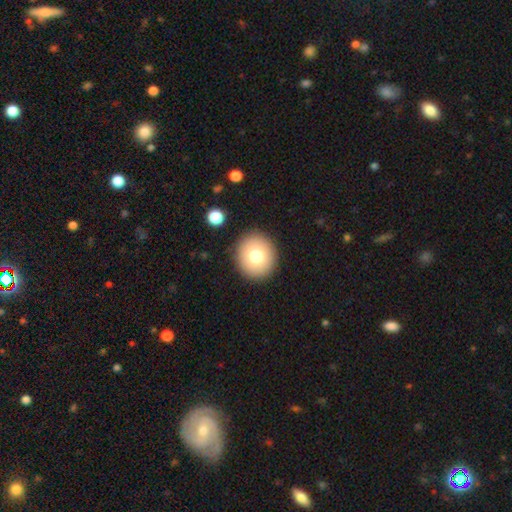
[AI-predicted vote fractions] Smooth or featured? Predicted: smooth (p=0.76). How rounded? Predicted: round (p=0.89). Merging? Predicted: none (p=0.90).